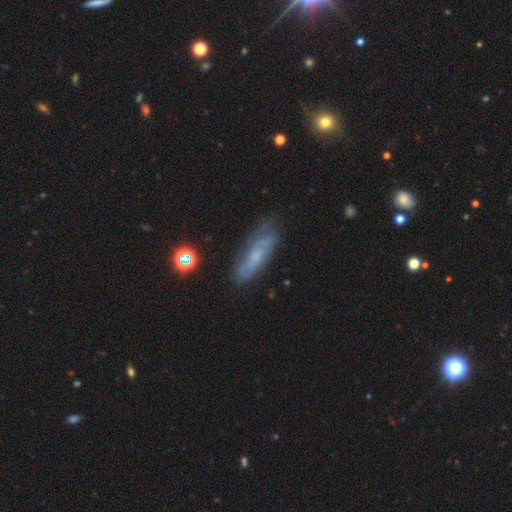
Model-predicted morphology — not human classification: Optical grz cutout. It shows a featured or disk galaxy (46%). Merging: none (67%).